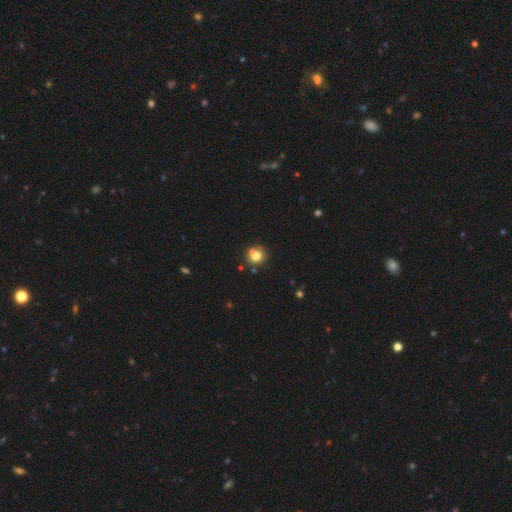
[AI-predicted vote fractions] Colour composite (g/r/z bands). It shows a smooth galaxy with no disk features (75%) that is round (86%). Merging: none (60%).